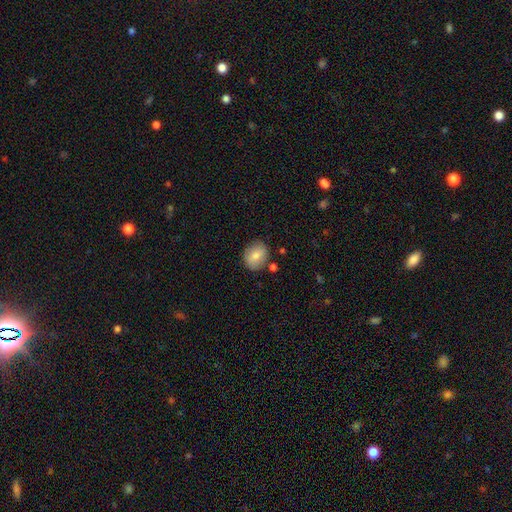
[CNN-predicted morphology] Smooth or featured: smooth — 79% (featured or disk — 13%)
How rounded: round — 58% (in between — 41%)
Merging: none — 80% (minor disturbance — 13%)